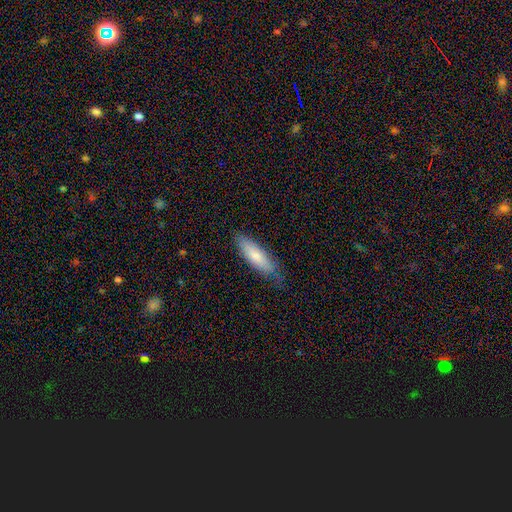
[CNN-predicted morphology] Q: Smooth or featured?
A: smooth (76%); runner-up: featured or disk (18%)
Q: How rounded?
A: cigar-shaped (52%); runner-up: in between (47%)
Q: Merging?
A: none (71%); runner-up: minor disturbance (23%)